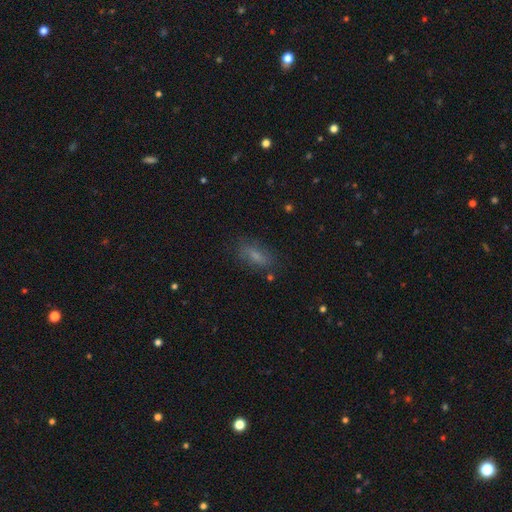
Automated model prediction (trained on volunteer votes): Smooth or featured: smooth — 66% (featured or disk — 20%)
How rounded: in between — 67% (cigar-shaped — 28%)
Merging: none — 74% (minor disturbance — 17%)